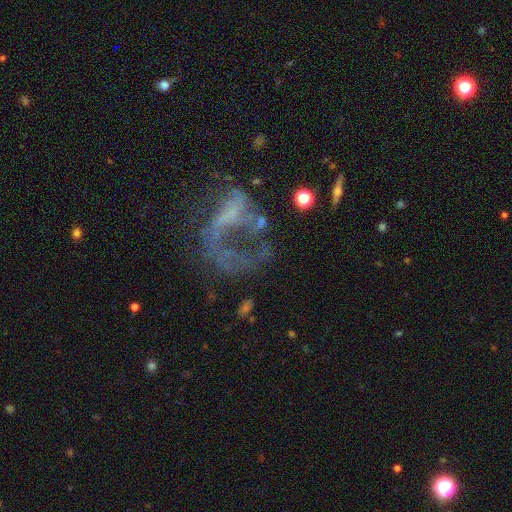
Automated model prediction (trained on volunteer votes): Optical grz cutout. It shows a featured or disk galaxy (68%) with no bar (73%), no spiral arms (53%) and no central bulge (71%). Merging: major disturbance (51%).